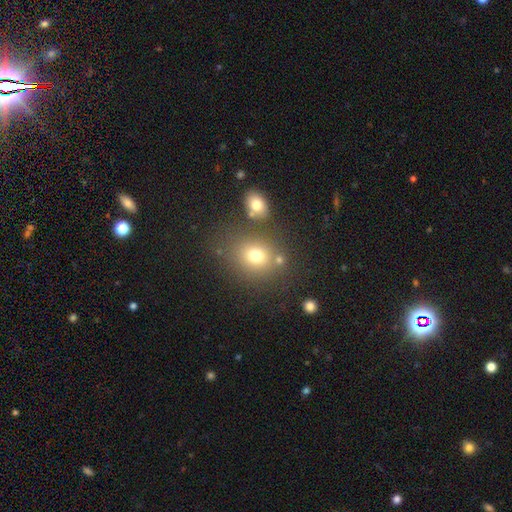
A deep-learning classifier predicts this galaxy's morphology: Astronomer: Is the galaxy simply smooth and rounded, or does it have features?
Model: smooth — 74%.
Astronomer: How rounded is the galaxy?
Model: round — 62%.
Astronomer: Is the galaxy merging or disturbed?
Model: none — 69%.